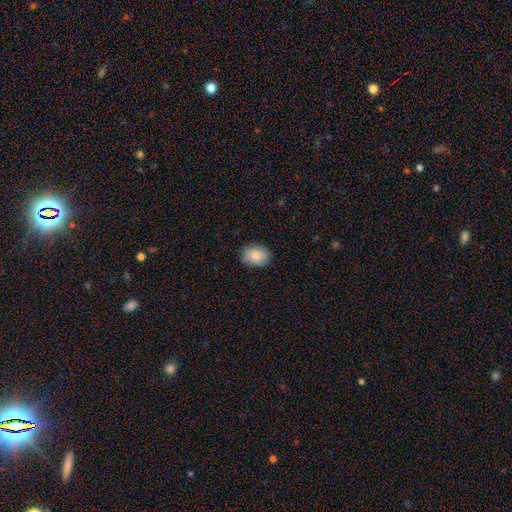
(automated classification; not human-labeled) Smooth or featured?
  - smooth: 86% *
  - featured or disk: 7%
  - star or artifact: 7%
How rounded?
  - in between: 61% *
  - round: 38%
  - cigar-shaped: 1%
Merging?
  - none: 85% *
  - minor disturbance: 12%
  - major disturbance: 2%
  - merger: 1%